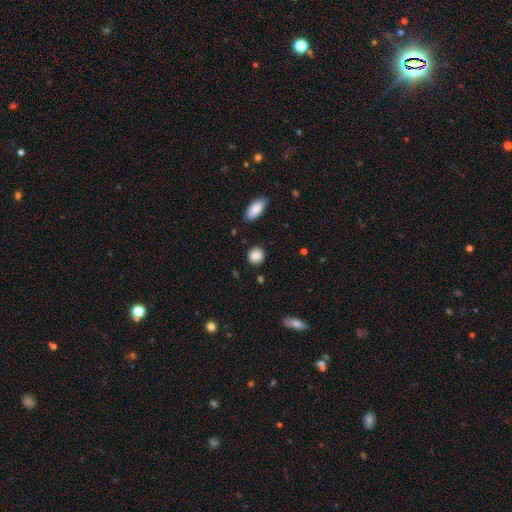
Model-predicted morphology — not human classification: A smooth galaxy with no disk features (87%) that is round (84%).

Vote fractions:
- Smooth or featured? smooth: 87% / star or artifact: 8% / featured or disk: 5%
- How rounded? round: 84% / in between: 14% / cigar-shaped: 1%
- Merging? none: 88% / minor disturbance: 8% / major disturbance: 2% / merger: 2%